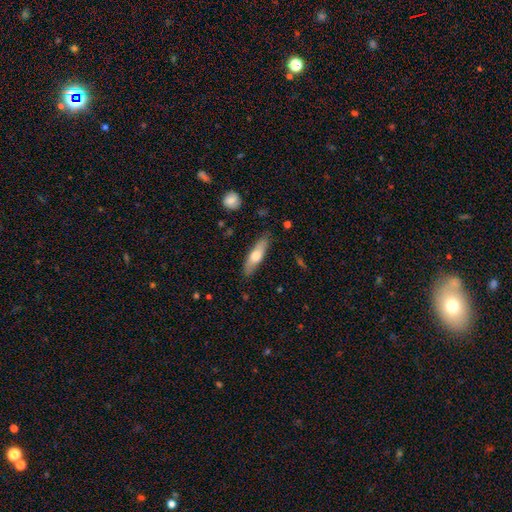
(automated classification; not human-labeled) Smooth or featured? smooth (62%)
How rounded? cigar-shaped (63%)
Merging? none (84%)